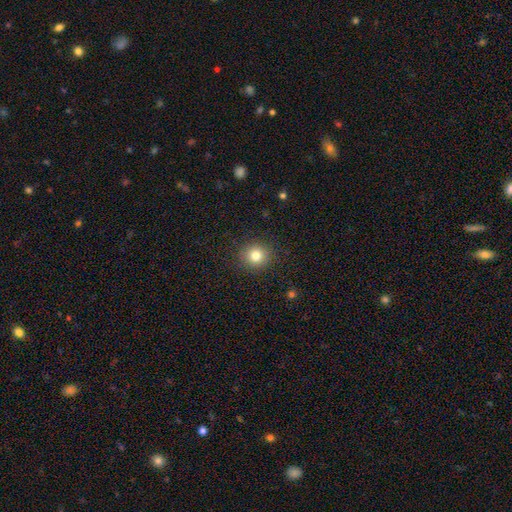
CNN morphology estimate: Smooth or featured: smooth — 80% (star or artifact — 12%)
How rounded: round — 90% (in between — 9%)
Merging: none — 90% (minor disturbance — 6%)